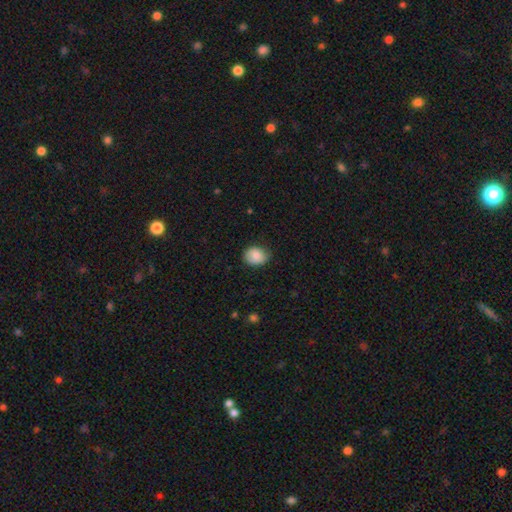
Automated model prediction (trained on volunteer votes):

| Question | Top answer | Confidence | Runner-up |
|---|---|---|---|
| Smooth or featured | smooth | 85% | star or artifact (8%) |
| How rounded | round | 50% | tied: in between (50%) |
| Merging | none | 74% | minor disturbance (21%) |